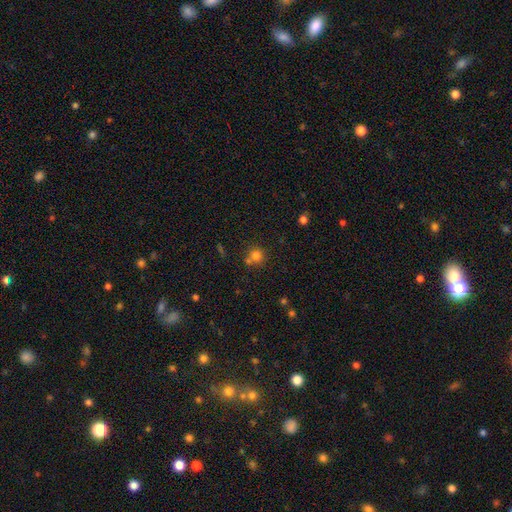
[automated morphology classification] Smooth or featured? smooth (76%)
How rounded? round (90%)
Merging? none (62%)